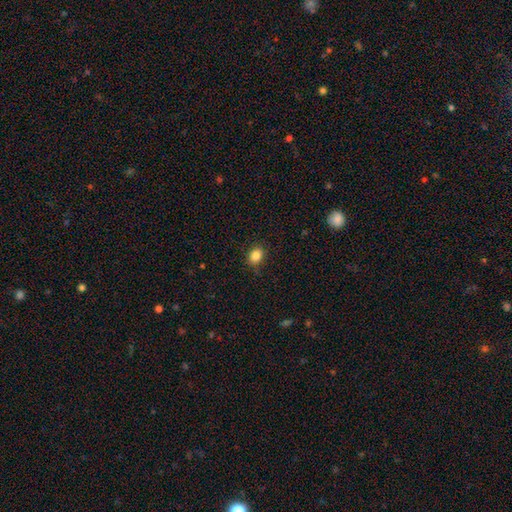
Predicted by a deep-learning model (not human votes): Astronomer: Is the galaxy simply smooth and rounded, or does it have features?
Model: smooth — 86%.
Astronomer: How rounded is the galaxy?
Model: in between — 66%.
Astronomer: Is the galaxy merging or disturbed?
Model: none — 87%.